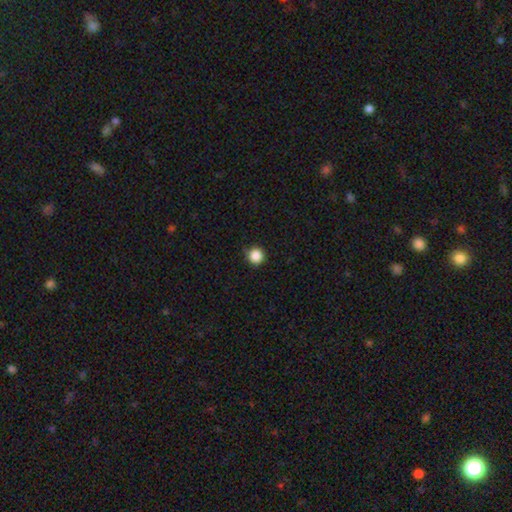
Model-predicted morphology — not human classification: The model was most divided on "merging": none: 85%, minor disturbance: 12%, major disturbance: 2%, merger: 1%. More confident: how rounded — round (96%); smooth or featured — smooth (86%).